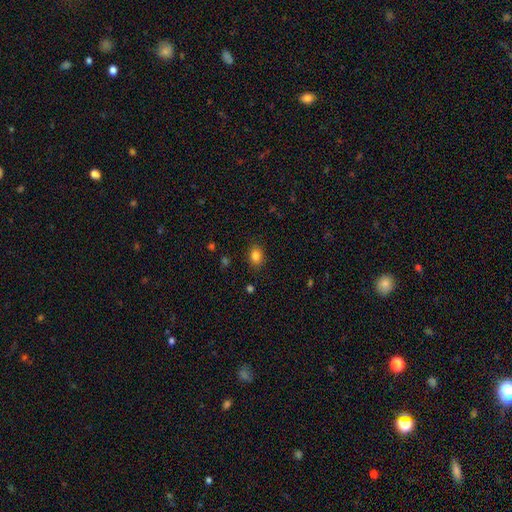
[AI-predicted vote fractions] Smooth or featured? smooth (83%)
How rounded? in between (62%)
Merging? none (86%)